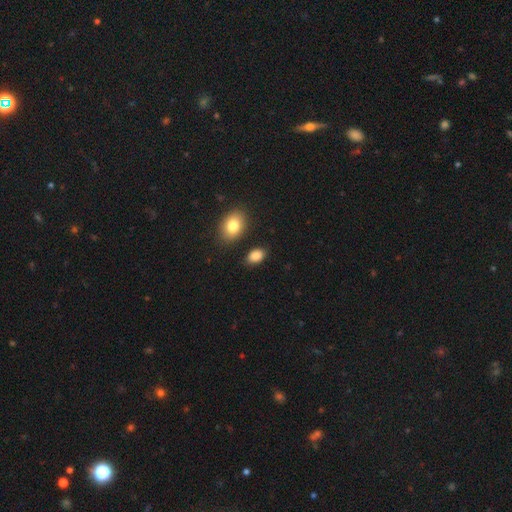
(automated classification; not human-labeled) smooth 87%, star or artifact 9%, featured or disk 5%. Down the decision tree: how rounded — in between (88%); merging — none (83%).